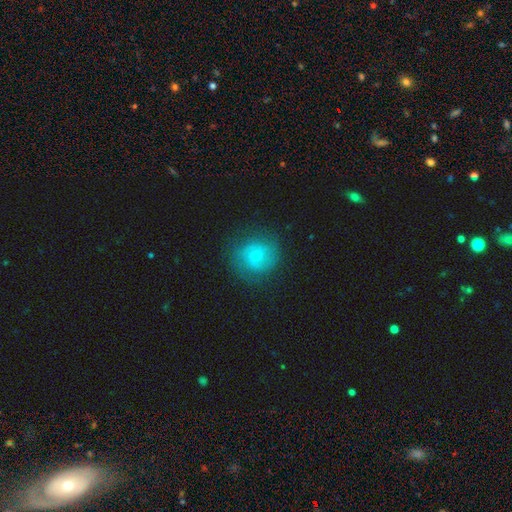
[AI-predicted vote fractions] smooth-or-featured: featured or disk: 52% | smooth: 40% | star or artifact: 8%
  disk-edge-on: no: 98% | yes: 2%
    bar: no: 57% | weak: 38% | strong: 5%
    has-spiral-arms: yes: 84% | no: 16%
    bulge-size: small: 58% | moderate: 34% | none: 5% | large: 2% | dominant: 1%
  merging: none: 75% | minor disturbance: 16% | major disturbance: 7% | merger: 1%